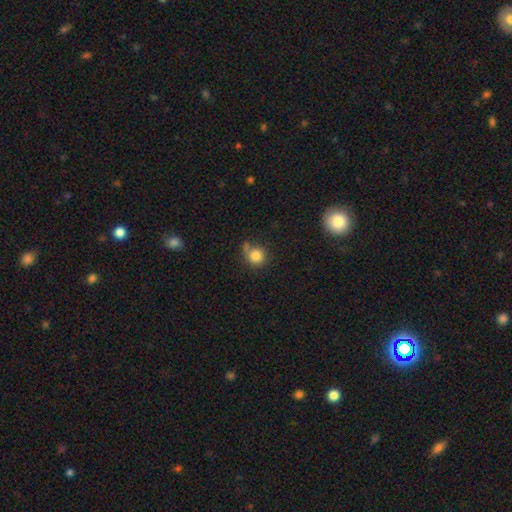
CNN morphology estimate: A smooth galaxy with no disk features (82%) that is round (86%).

Vote fractions:
- Smooth or featured? smooth: 82% / star or artifact: 11% / featured or disk: 7%
- How rounded? round: 86% / in between: 13% / cigar-shaped: 1%
- Merging? none: 58% / minor disturbance: 21% / merger: 13% / major disturbance: 8%